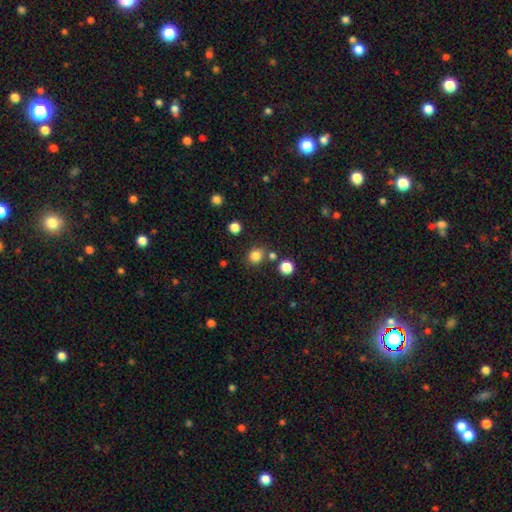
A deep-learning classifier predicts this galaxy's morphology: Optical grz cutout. It shows a smooth galaxy with no disk features (82%) that is round (84%). Merging: none (77%).